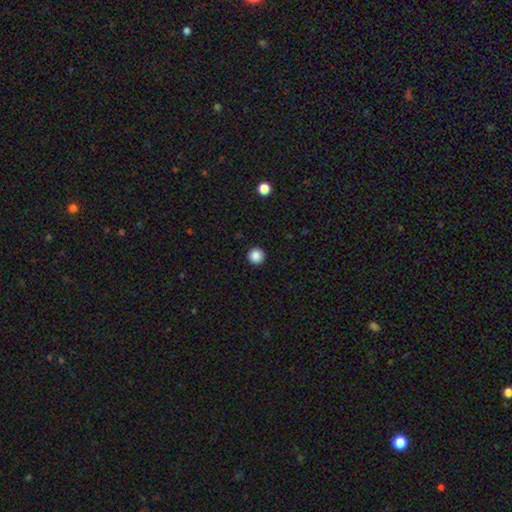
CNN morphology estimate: smooth 87%, star or artifact 10%, featured or disk 3%. Down the decision tree: how rounded — round (96%); merging — none (94%).